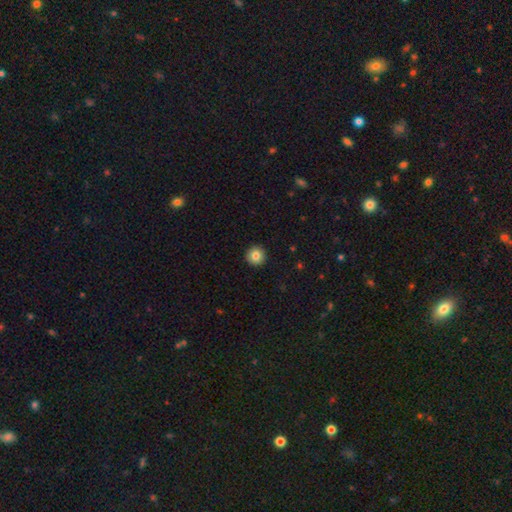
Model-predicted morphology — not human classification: smooth_or_featured: smooth (p=0.84) [alt: star or artifact p=0.09]
how_rounded: round (p=0.96) [alt: in between p=0.03]
merging: none (p=0.93) [alt: minor disturbance p=0.04]